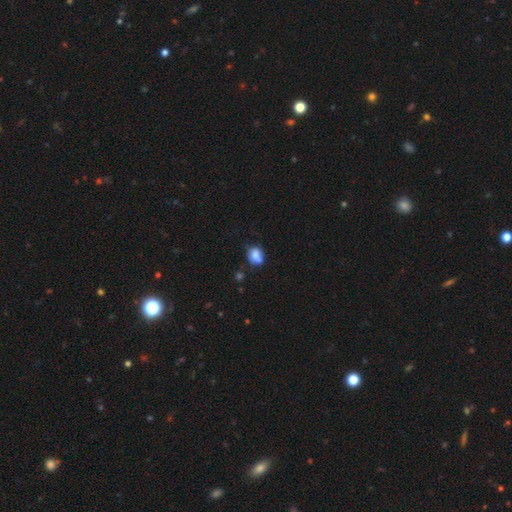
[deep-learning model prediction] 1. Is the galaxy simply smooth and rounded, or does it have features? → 72% smooth, 17% featured or disk, 11% star or artifact.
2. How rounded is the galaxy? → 55% round, 43% in between, 1% cigar-shaped.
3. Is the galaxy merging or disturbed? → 42% none, 29% merger, 21% minor disturbance, 8% major disturbance.